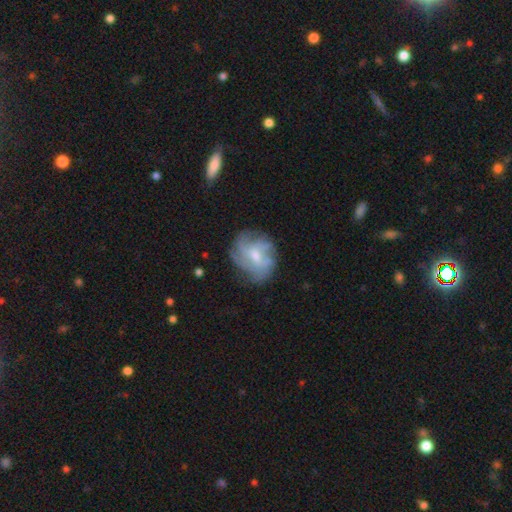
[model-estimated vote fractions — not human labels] The model was most divided on "bulge size": small: 48%, moderate: 45%, none: 4%, large: 2%, dominant: 1%. More confident: edge-on disk — no (97%); spiral arms — yes (77%); smooth or featured — featured or disk (66%); merging — none (65%); bar — no (50%).